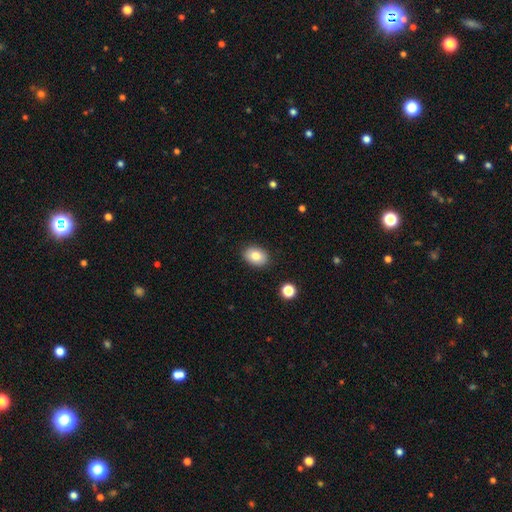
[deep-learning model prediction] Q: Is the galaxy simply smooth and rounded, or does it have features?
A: smooth — 82%.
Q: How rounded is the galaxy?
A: in between — 73%.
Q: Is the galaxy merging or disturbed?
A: none — 88%.